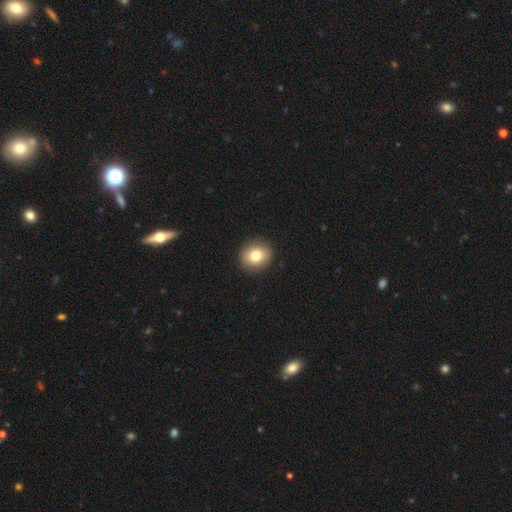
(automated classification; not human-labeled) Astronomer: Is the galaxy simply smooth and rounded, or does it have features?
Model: smooth — 80%.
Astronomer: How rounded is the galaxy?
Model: round — 81%.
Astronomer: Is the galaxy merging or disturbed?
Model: none — 91%.